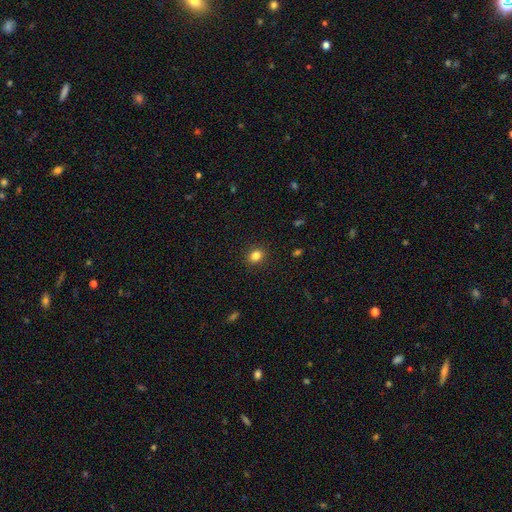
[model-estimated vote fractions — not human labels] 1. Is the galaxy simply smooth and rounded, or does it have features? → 83% smooth, 12% star or artifact, 5% featured or disk.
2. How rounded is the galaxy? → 67% round, 32% in between, 1% cigar-shaped.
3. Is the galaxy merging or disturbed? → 91% none, 6% minor disturbance, 2% major disturbance, 1% merger.